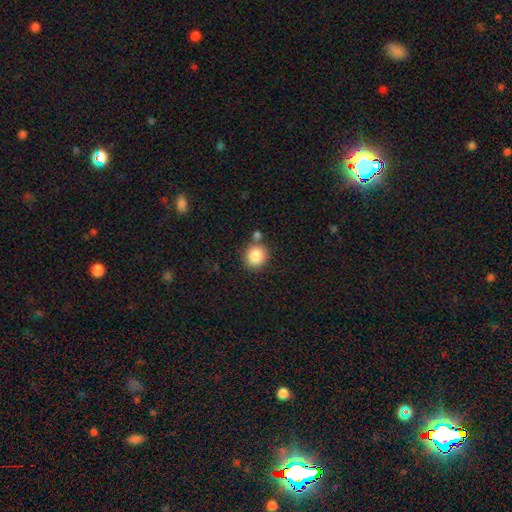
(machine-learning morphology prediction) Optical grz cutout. It shows a smooth galaxy with no disk features (86%) that is round (87%). Merging: none (72%).